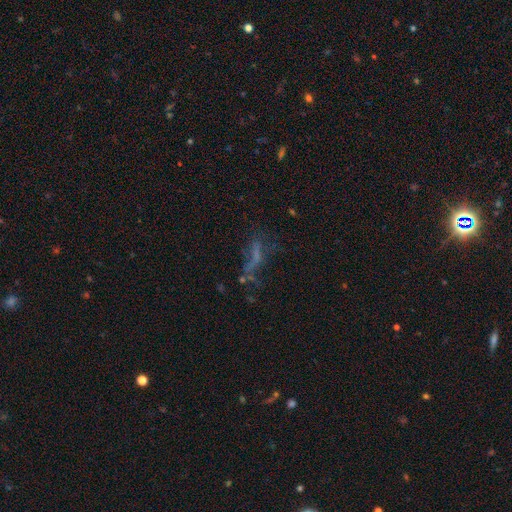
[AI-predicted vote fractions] Smooth or featured? Predicted: featured or disk (p=0.38). Merging? Predicted: none (p=0.37).